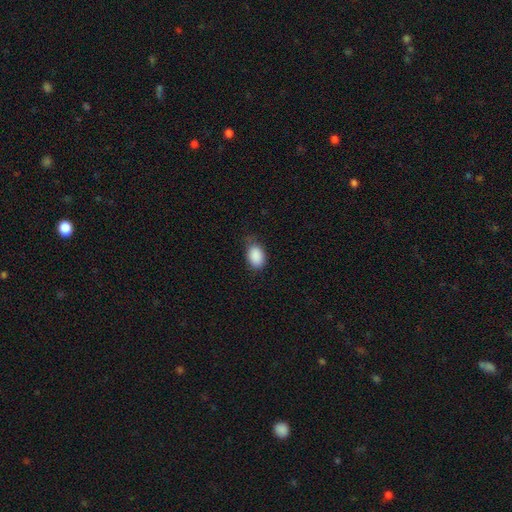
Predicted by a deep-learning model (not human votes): Overall: smooth (89%). How rounded: in between (86%). Merging: none (66%; minor disturbance 27%).